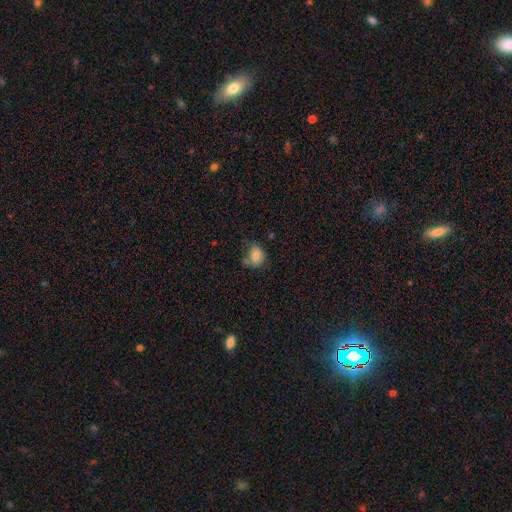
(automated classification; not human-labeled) smooth 78%, featured or disk 12%, star or artifact 10%. Down the decision tree: how rounded — in between (53%); merging — none (54%).